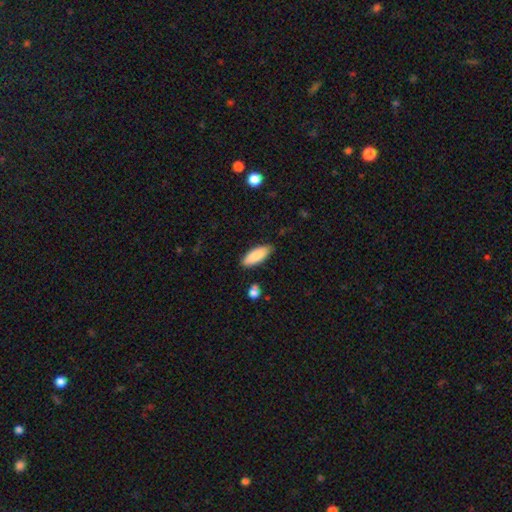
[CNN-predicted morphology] smooth 87%, featured or disk 7%, star or artifact 6%. Down the decision tree: how rounded — in between (75%); merging — none (85%).